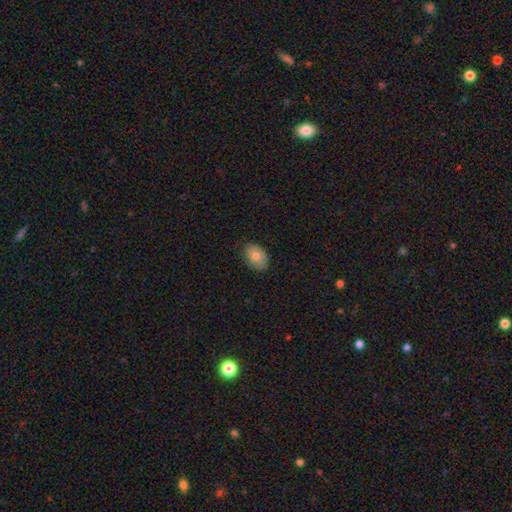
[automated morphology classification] Smooth or featured: smooth — 81% (featured or disk — 12%)
How rounded: in between — 81% (round — 18%)
Merging: none — 80% (minor disturbance — 16%)